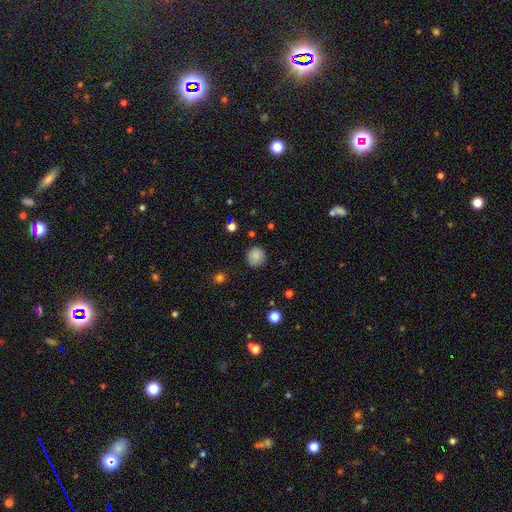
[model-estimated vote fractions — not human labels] smooth-or-featured: smooth: 83% | star or artifact: 10% | featured or disk: 7%
  how-rounded: round: 90% | in between: 9% | cigar-shaped: 1%
  merging: none: 83% | minor disturbance: 13% | major disturbance: 3% | merger: 1%